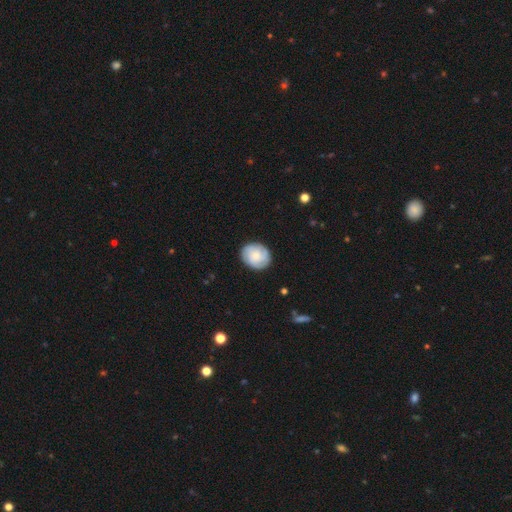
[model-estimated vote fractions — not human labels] Morphology: type=smooth (53%); roundness=round (64%); merging=none (84%).